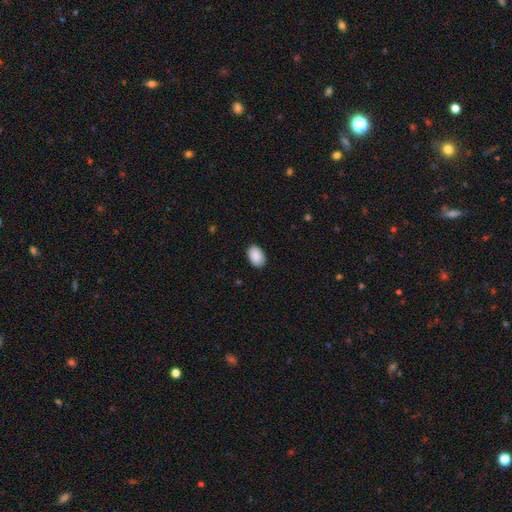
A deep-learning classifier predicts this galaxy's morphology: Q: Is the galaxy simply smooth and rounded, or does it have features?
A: smooth — 91%.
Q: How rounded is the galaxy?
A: in between — 91%.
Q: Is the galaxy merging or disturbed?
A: none — 88%.